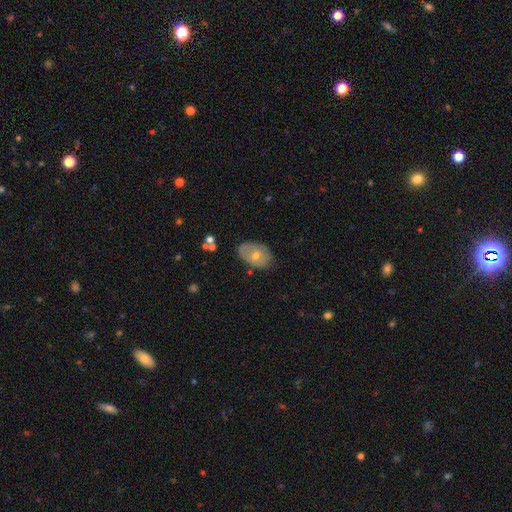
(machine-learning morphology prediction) smooth_or_featured: smooth (p=0.49) [alt: featured or disk p=0.43]
merging: none (p=0.71) [alt: minor disturbance p=0.22]